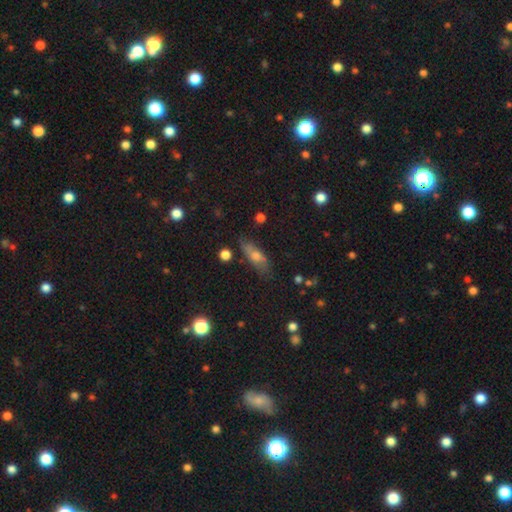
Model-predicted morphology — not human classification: Smooth or featured?
  - smooth: 58% *
  - featured or disk: 29%
  - star or artifact: 12%
How rounded?
  - in between: 59% *
  - cigar-shaped: 36%
  - round: 6%
Merging?
  - none: 73% *
  - minor disturbance: 19%
  - major disturbance: 5%
  - merger: 3%